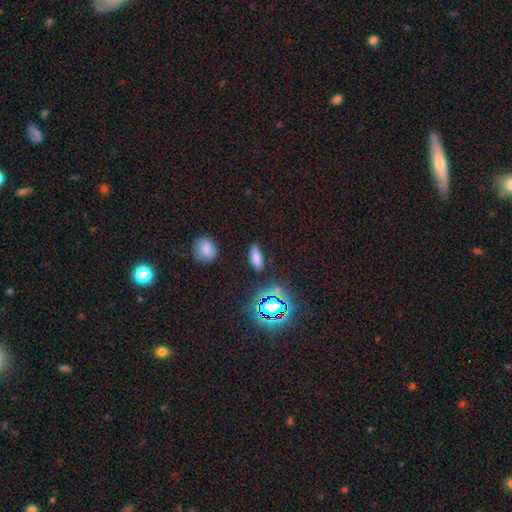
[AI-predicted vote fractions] smooth_or_featured: smooth (p=0.74) [alt: star or artifact p=0.17]
how_rounded: in between (p=0.67) [alt: cigar-shaped p=0.28]
merging: none (p=0.84) [alt: minor disturbance p=0.11]